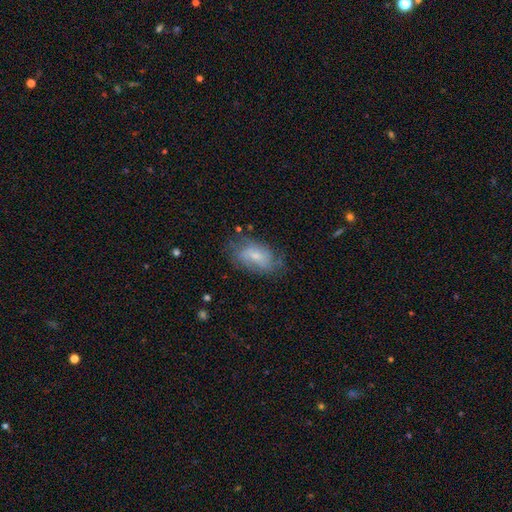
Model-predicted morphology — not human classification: This appears to be a smooth galaxy with no disk features (48%). Merging: none (62%).